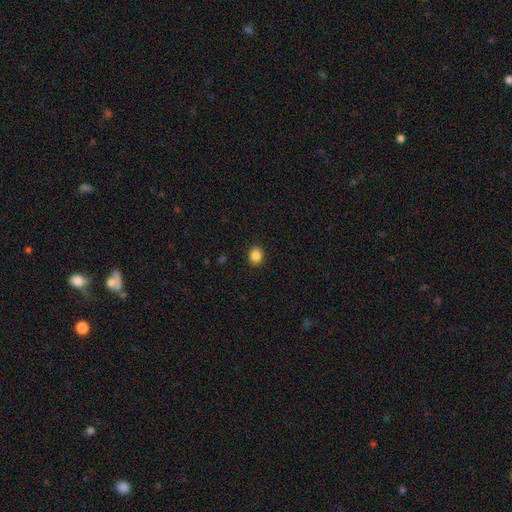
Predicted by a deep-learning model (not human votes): This appears to be a smooth galaxy with no disk features (86%) that is round (64%). Merging: none (91%).